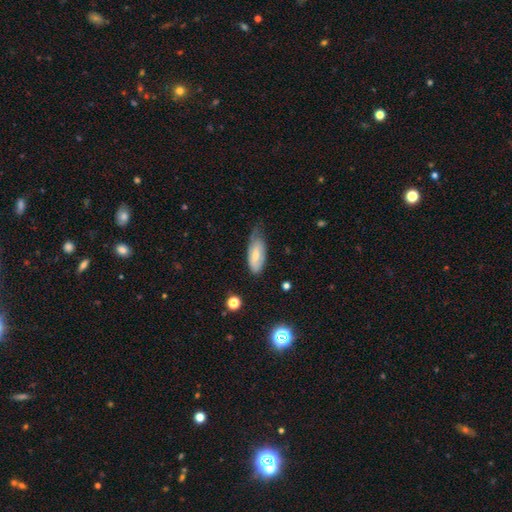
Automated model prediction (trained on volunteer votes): smooth-or-featured: smooth: 60% | featured or disk: 34% | star or artifact: 6%
  how-rounded: in between: 83% | cigar-shaped: 14% | round: 2%
  merging: minor disturbance: 42% | none: 40% | major disturbance: 16% | merger: 2%